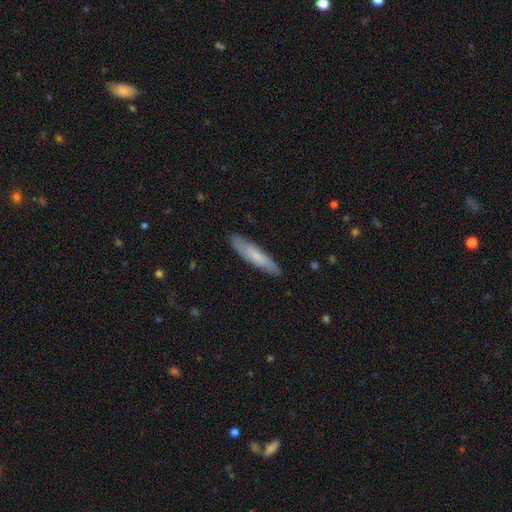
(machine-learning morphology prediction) smooth_or_featured: smooth (p=0.63) [alt: featured or disk p=0.31]
how_rounded: cigar-shaped (p=0.82) [alt: in between p=0.16]
merging: none (p=0.87) [alt: minor disturbance p=0.10]